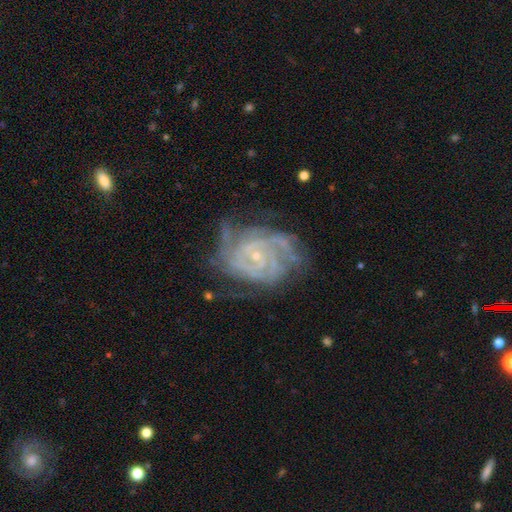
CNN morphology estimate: The model was most divided on "spiral arm count": can't tell: 24%, 3: 22%, 4: 21%, 2: 17%, more than 4: 9%, 1: 7%. More confident: edge-on disk — no (97%); spiral arms — yes (97%); smooth or featured — featured or disk (88%); bulge size — small (82%); spiral winding — tight (70%); bar — no (65%); merging — none (62%).